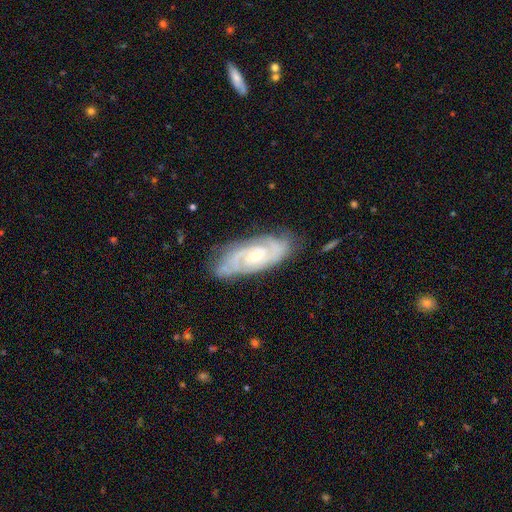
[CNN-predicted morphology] Overall: featured or disk (86%). Edge-on disk: no (93%). Bar: no (66%; weak 28%). Spiral arms: yes (97%). Spiral arm count: 2 (57%; can't tell 17%). Spiral winding: tight (68%). Bulge size: small (58%; moderate 38%). Merging: none (77%).